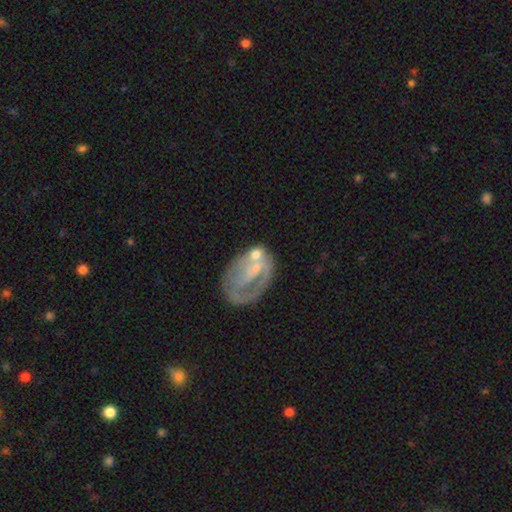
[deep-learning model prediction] Smooth or featured? Predicted: featured or disk (p=0.62). Edge-on disk? Predicted: no (p=0.97). Bar? Predicted: no (p=0.64). Spiral arms? Predicted: yes (p=0.53). Bulge size? Predicted: small (p=0.39). Merging? Predicted: none (p=0.35).